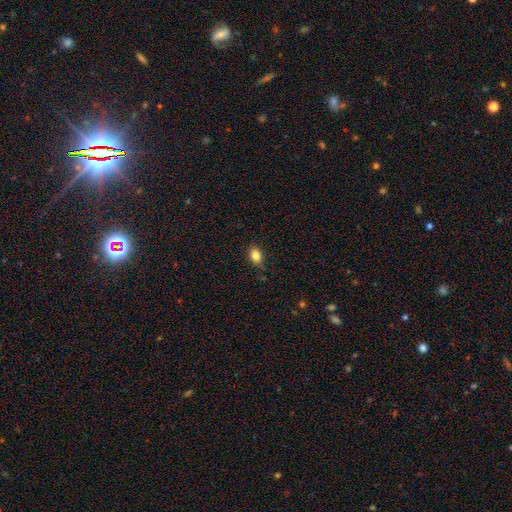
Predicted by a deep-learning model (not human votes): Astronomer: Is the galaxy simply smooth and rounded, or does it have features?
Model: smooth — 83%.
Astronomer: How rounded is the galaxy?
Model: in between — 73%.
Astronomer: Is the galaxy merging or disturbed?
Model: none — 76%.